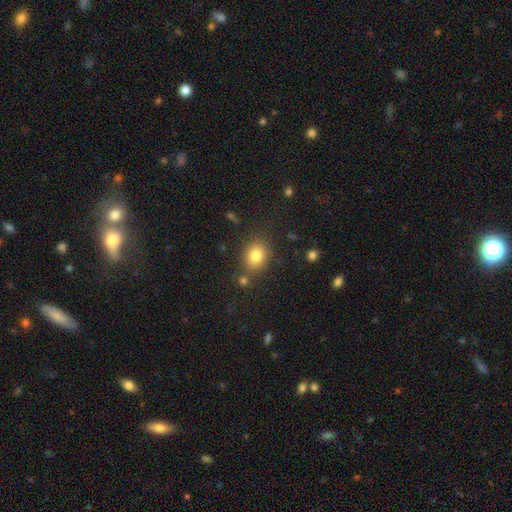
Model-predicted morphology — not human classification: Smooth or featured?
  - smooth: 82% *
  - star or artifact: 11%
  - featured or disk: 8%
How rounded?
  - in between: 54% *
  - round: 45%
  - cigar-shaped: 1%
Merging?
  - none: 78% *
  - minor disturbance: 11%
  - merger: 6%
  - major disturbance: 4%